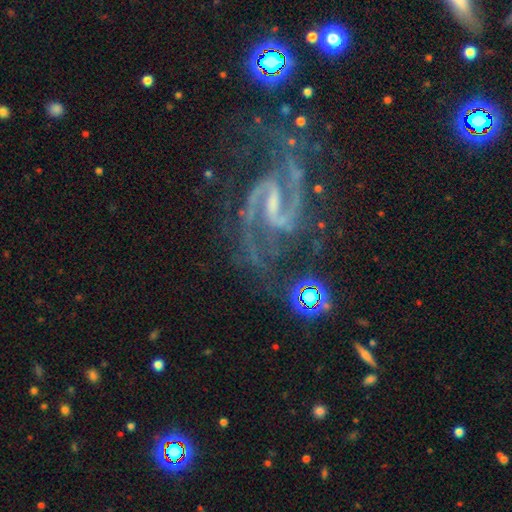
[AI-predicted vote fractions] Overall: featured or disk (89%). Edge-on disk: no (98%). Bar: strong (46%; weak 42%). Spiral arms: yes (98%). Spiral arm count: 2 (91%). Spiral winding: medium (59%; loose 23%). Bulge size: small (44%; none 31%). Merging: none (59%).